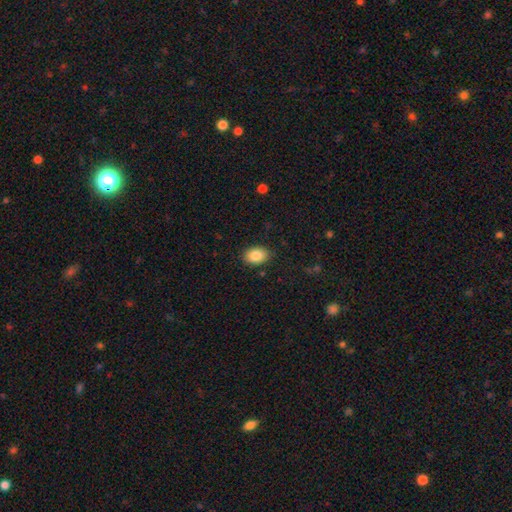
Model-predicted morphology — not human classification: Smooth or featured: smooth — 86% (star or artifact — 8%)
How rounded: in between — 79% (round — 19%)
Merging: none — 86% (minor disturbance — 10%)